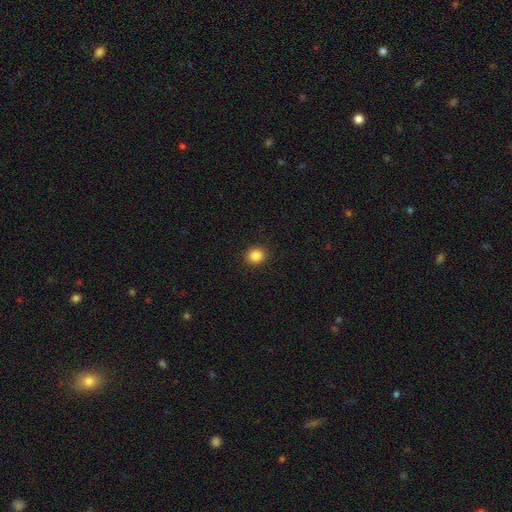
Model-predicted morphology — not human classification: Smooth or featured? Predicted: smooth (p=0.85). How rounded? Predicted: round (p=0.79). Merging? Predicted: none (p=0.91).